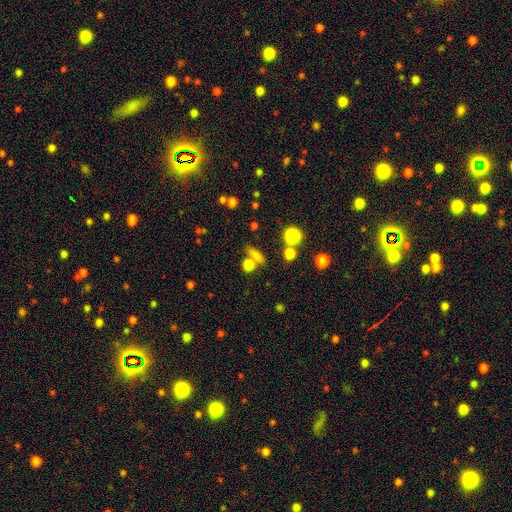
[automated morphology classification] Smooth or featured: smooth — 70% (star or artifact — 16%)
How rounded: in between — 43% (cigar-shaped — 32%)
Merging: none — 62% (merger — 21%)